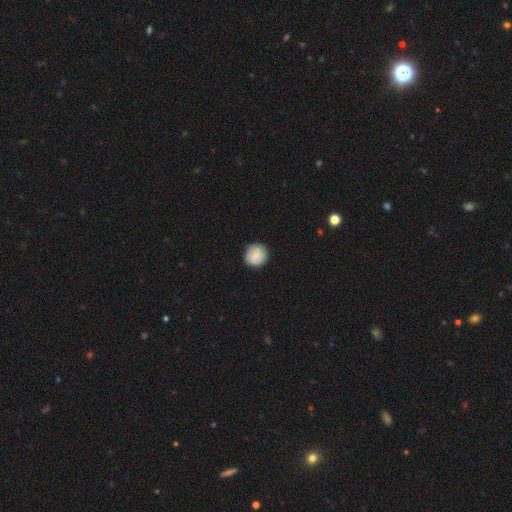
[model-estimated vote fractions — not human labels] Smooth or featured? smooth (79%)
How rounded? round (91%)
Merging? none (86%)